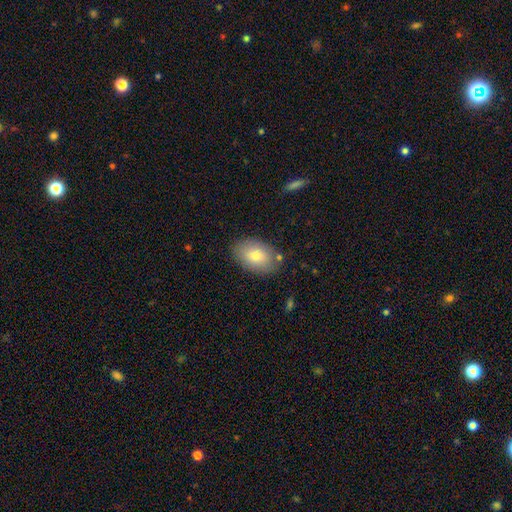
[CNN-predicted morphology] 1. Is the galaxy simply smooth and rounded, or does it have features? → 79% smooth, 13% featured or disk, 7% star or artifact.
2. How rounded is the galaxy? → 88% in between, 11% round, 1% cigar-shaped.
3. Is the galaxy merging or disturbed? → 82% none, 13% minor disturbance, 3% major disturbance, 2% merger.